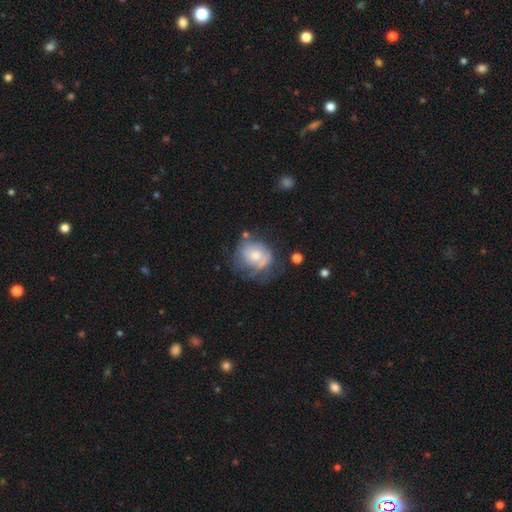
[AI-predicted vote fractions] A smooth galaxy with no disk features (48%). Merging: none (43%).